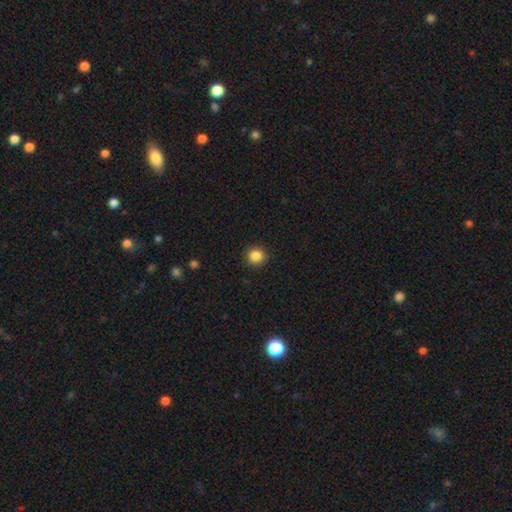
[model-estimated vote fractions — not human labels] A smooth galaxy with no disk features (86%) that is round (93%).

Vote fractions:
- Smooth or featured? smooth: 86% / star or artifact: 11% / featured or disk: 4%
- How rounded? round: 93% / in between: 6% / cigar-shaped: 1%
- Merging? none: 92% / minor disturbance: 5% / major disturbance: 2% / merger: 1%